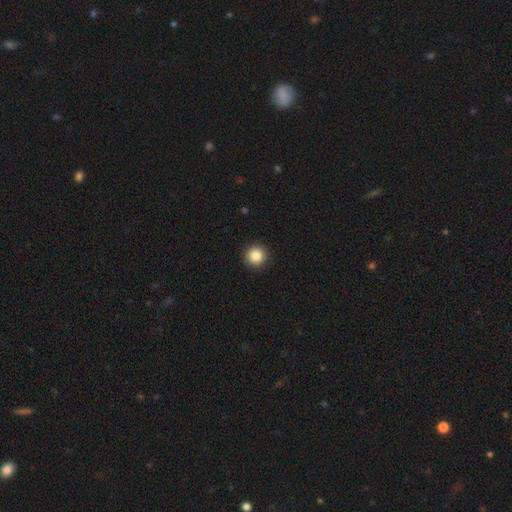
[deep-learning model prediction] Overall: smooth (85%). How rounded: round (95%). Merging: none (93%).